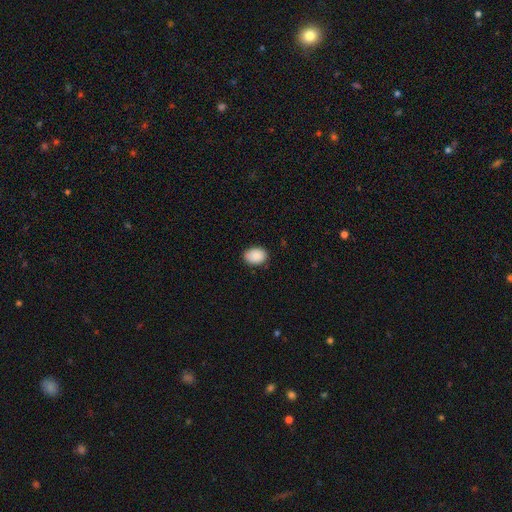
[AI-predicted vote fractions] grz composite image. It shows a smooth galaxy with no disk features (90%) that is in between round and cigar-shaped (75%). Merging: none (85%).